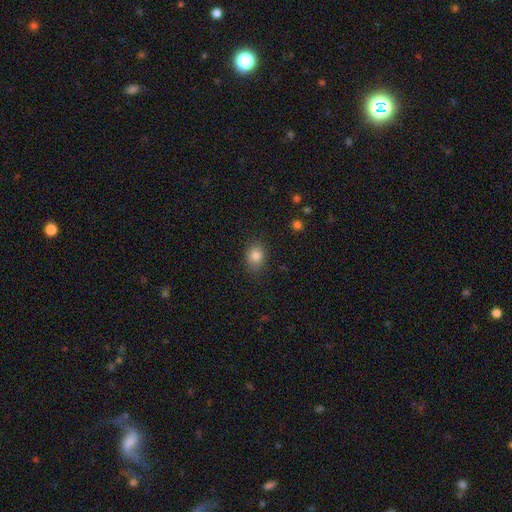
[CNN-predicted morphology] type=smooth (83%); roundness=round (52%); merging=none (84%).